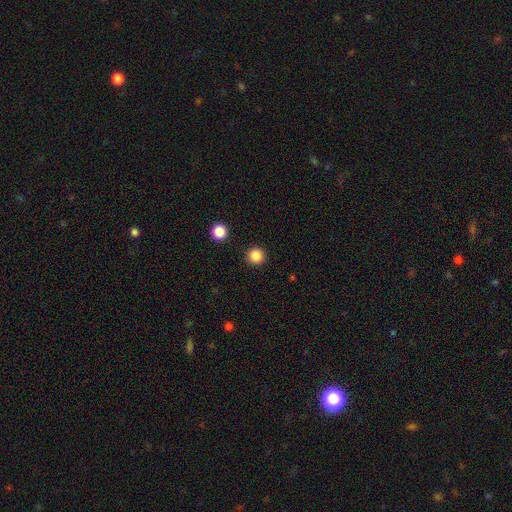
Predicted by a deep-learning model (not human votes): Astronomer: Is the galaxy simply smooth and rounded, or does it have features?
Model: smooth — 86%.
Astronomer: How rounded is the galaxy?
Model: round — 95%.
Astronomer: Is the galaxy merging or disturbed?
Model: none — 92%.